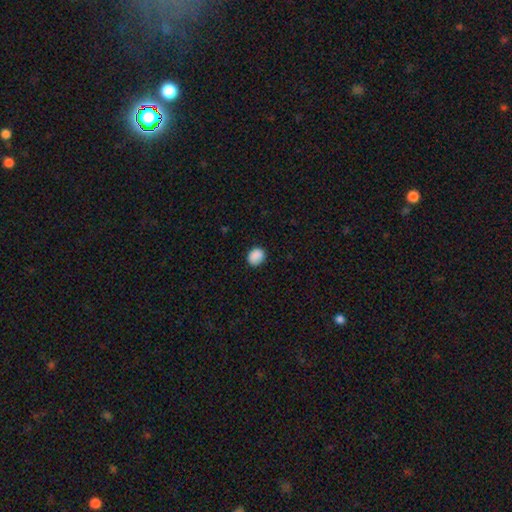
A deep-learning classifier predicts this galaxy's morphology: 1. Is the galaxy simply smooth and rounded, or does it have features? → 89% smooth, 8% star or artifact, 3% featured or disk.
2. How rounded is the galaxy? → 61% round, 38% in between, 1% cigar-shaped.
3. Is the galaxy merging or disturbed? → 86% none, 10% minor disturbance, 2% major disturbance, 1% merger.